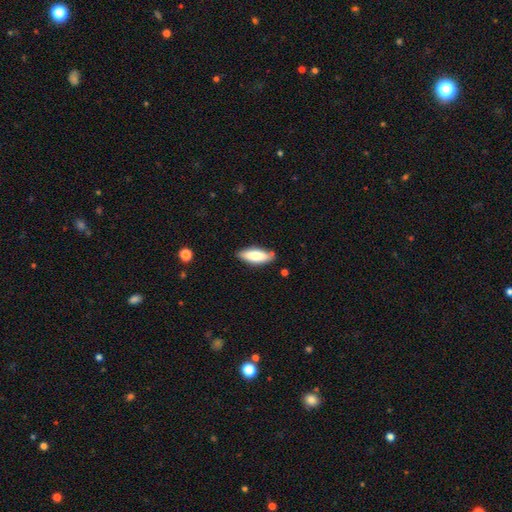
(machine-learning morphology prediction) Q: Smooth or featured?
A: smooth (80%); runner-up: featured or disk (15%)
Q: How rounded?
A: in between (67%); runner-up: cigar-shaped (31%)
Q: Merging?
A: none (80%); runner-up: minor disturbance (15%)